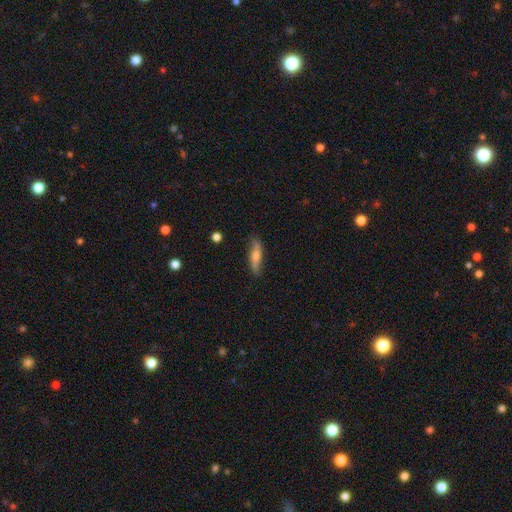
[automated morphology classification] This appears to be a smooth galaxy with no disk features (53%) that is cigar-shaped (66%). Merging: none (78%).